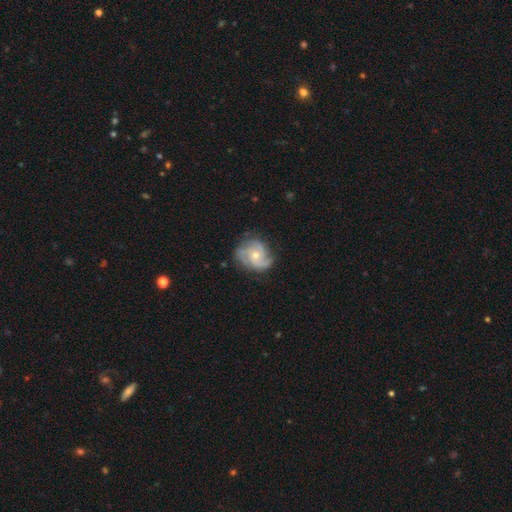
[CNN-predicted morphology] Smooth or featured? featured or disk (82%)
Edge-on disk? no (98%)
Bar? no (74%)
Spiral arms? yes (96%)
Spiral winding? medium (46%)
Spiral arm count? 3 (50%)
Bulge size? moderate (50%)
Merging? none (72%)